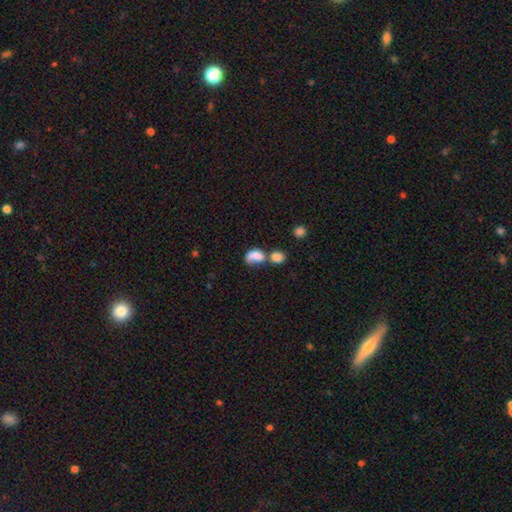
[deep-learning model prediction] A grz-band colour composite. It shows a smooth galaxy with no disk features (71%) that is in between round and cigar-shaped (74%). Merging: merger (61%).